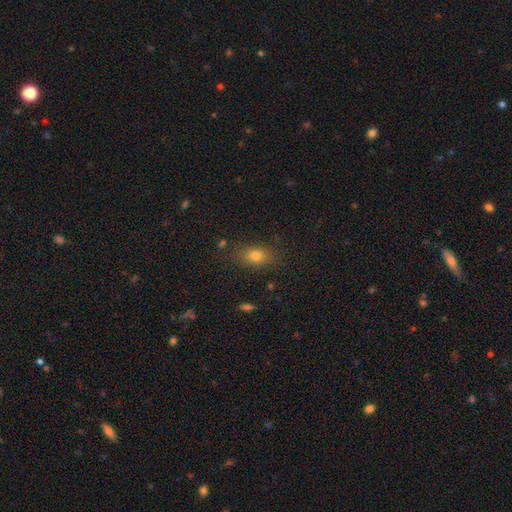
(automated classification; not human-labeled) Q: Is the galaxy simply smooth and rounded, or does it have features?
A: smooth — 76%.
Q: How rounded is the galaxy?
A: in between — 74%.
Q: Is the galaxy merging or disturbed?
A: none — 81%.